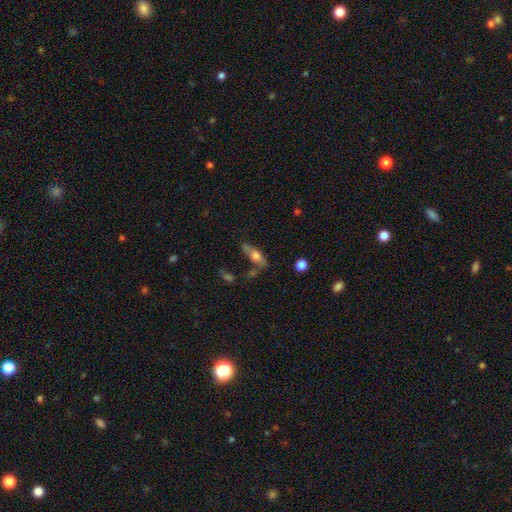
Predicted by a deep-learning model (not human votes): This is possibly a smooth galaxy (60%). How rounded: likely in between (64%). Merging: possibly none (52%).